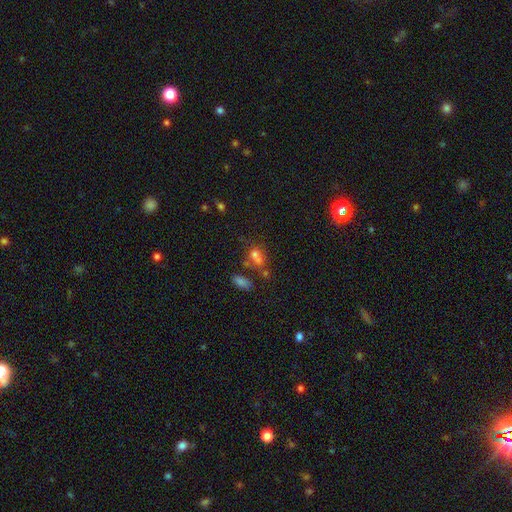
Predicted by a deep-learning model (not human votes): Smooth or featured? smooth (63%)
How rounded? in between (61%)
Merging? none (41%)